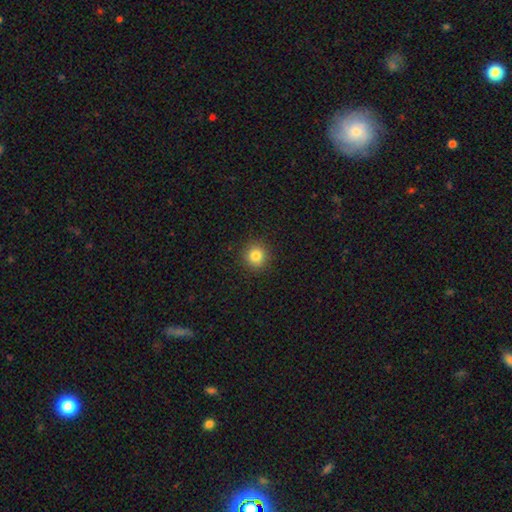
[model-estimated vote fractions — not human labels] smooth_or_featured: smooth (p=0.83) [alt: star or artifact p=0.12]
how_rounded: round (p=0.93) [alt: in between p=0.06]
merging: none (p=0.92) [alt: minor disturbance p=0.05]